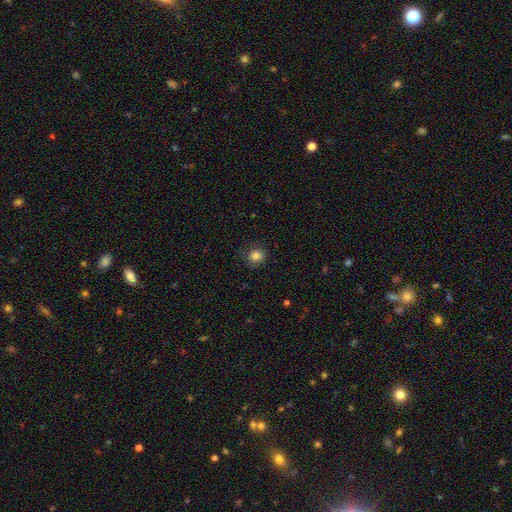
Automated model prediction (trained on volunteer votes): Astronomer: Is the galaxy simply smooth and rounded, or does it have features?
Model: smooth — 84%.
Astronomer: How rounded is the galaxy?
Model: round — 81%.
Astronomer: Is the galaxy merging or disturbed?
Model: none — 82%.